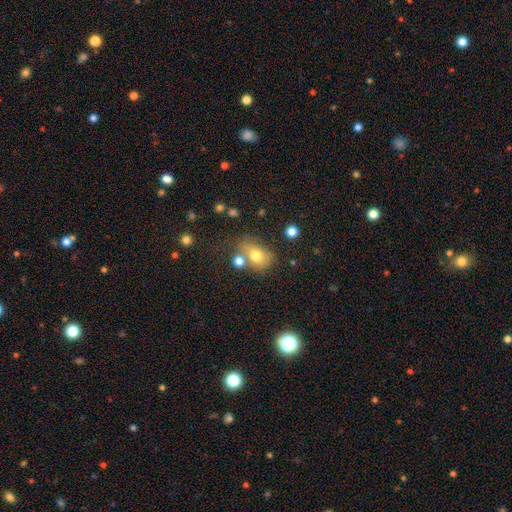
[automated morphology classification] Smooth or featured? Predicted: smooth (p=0.72). How rounded? Predicted: in between (p=0.58). Merging? Predicted: none (p=0.48).